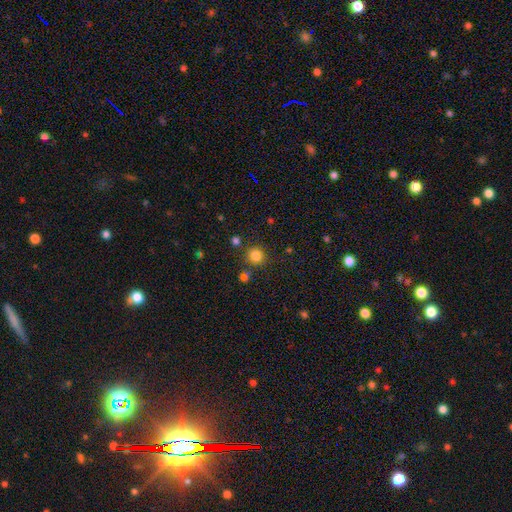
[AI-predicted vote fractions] Overall: smooth (82%). How rounded: round (90%). Merging: none (80%).